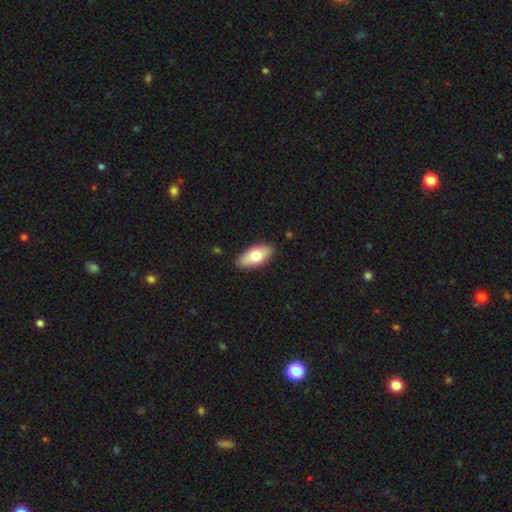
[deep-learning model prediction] Overall: smooth (76%). How rounded: in between (90%). Merging: none (87%).